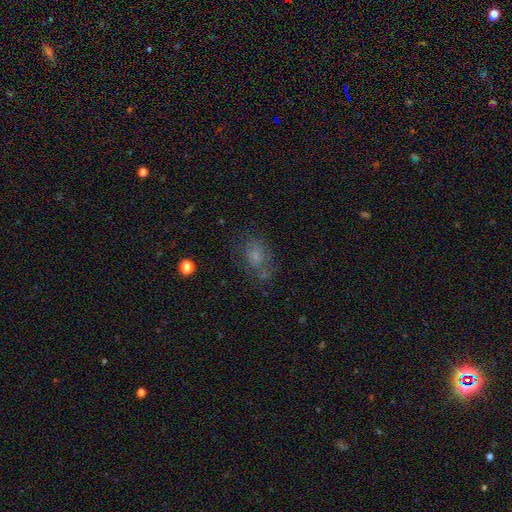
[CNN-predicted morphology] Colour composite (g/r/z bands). It shows a smooth galaxy with no disk features (65%) that is in between round and cigar-shaped (65%). Merging: none (59%).